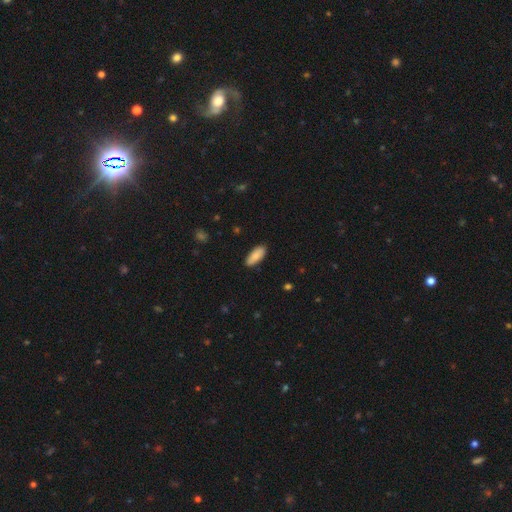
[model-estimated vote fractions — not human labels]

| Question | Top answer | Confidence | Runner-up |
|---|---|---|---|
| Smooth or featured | smooth | 86% | featured or disk (8%) |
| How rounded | in between | 82% | cigar-shaped (16%) |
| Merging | none | 87% | minor disturbance (10%) |